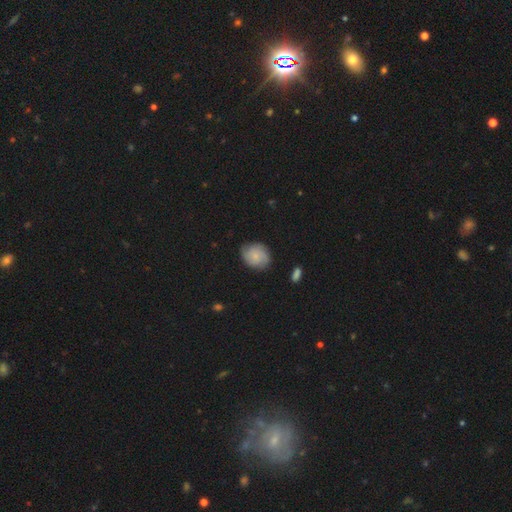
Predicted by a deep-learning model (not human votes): Q: Smooth or featured?
A: smooth (53%); runner-up: featured or disk (40%)
Q: How rounded?
A: round (66%); runner-up: in between (33%)
Q: Merging?
A: none (75%); runner-up: minor disturbance (19%)